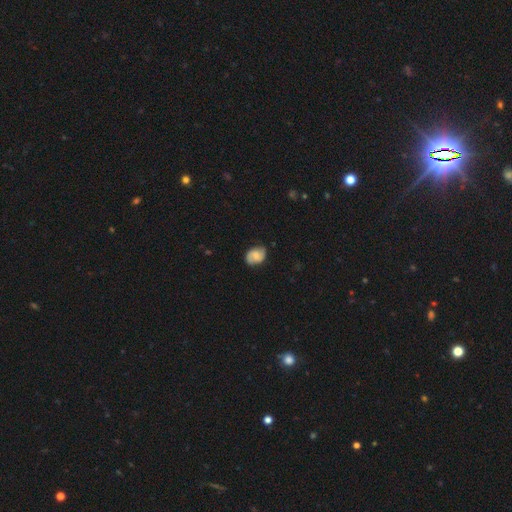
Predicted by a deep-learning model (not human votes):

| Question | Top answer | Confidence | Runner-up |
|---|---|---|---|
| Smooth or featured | featured or disk | 56% | smooth (37%) |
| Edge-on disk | no | 97% | yes (3%) |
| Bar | no | 49% | weak (43%) |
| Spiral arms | yes | 91% | no (9%) |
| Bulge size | small | 38% | moderate (35%) |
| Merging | none | 78% | minor disturbance (17%) |